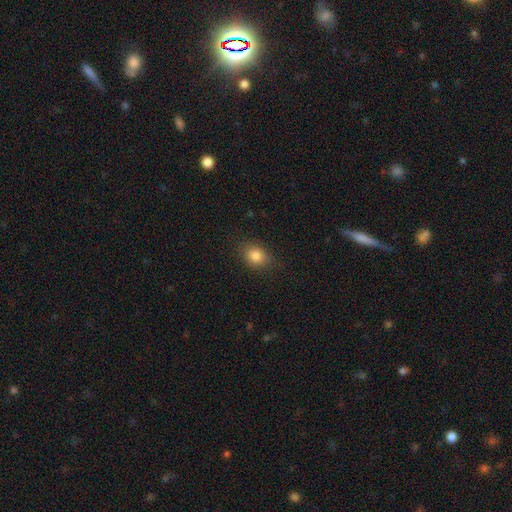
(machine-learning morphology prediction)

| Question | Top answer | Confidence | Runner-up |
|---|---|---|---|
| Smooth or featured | smooth | 82% | star or artifact (11%) |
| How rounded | in between | 51% | round (48%) |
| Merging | none | 82% | minor disturbance (13%) |